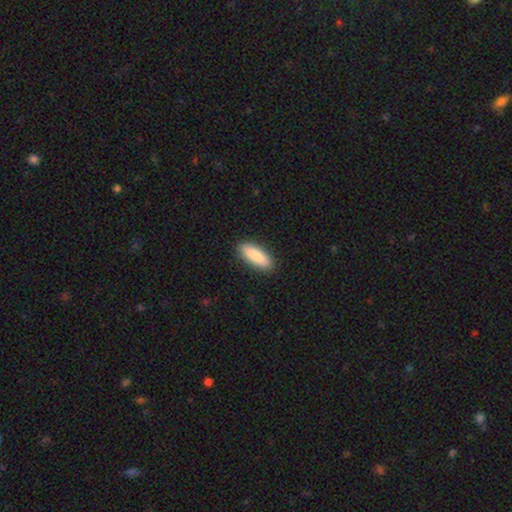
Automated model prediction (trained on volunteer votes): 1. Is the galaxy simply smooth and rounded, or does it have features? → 89% smooth, 5% star or artifact, 5% featured or disk.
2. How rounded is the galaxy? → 61% in between, 38% cigar-shaped, 2% round.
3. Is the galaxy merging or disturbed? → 90% none, 7% minor disturbance, 2% major disturbance, 1% merger.